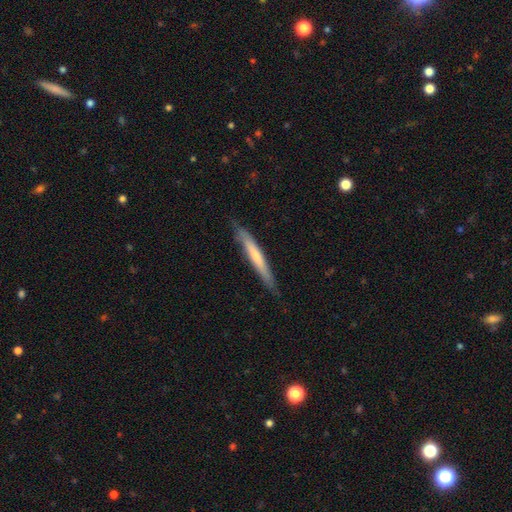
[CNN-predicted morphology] A smooth galaxy with no disk features (52%) that is cigar-shaped (96%).

Vote fractions:
- Smooth or featured? smooth: 52% / featured or disk: 42% / star or artifact: 5%
- How rounded? cigar-shaped: 96% / in between: 3% / round: 1%
- Merging? none: 82% / minor disturbance: 15% / major disturbance: 2% / merger: 1%